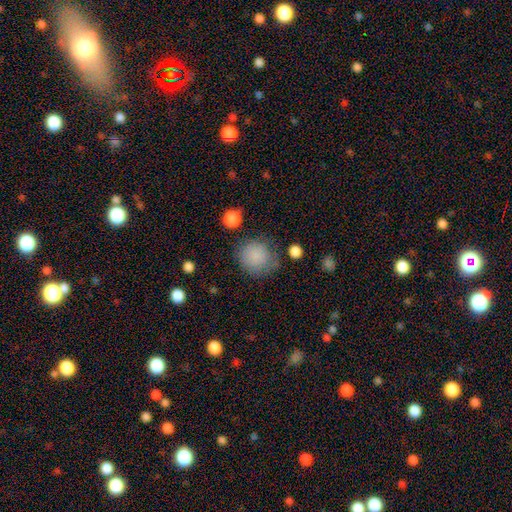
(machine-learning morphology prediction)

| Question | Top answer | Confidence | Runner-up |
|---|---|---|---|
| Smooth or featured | smooth | 84% | star or artifact (10%) |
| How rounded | round | 86% | in between (13%) |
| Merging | none | 70% | minor disturbance (20%) |